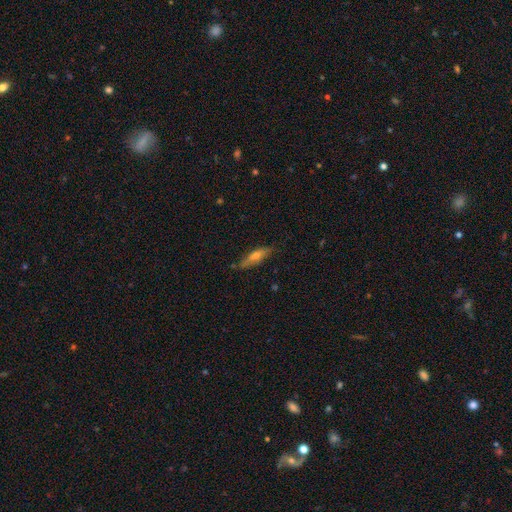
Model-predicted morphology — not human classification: Smooth or featured: smooth — 48% (featured or disk — 44%)
Merging: none — 78% (minor disturbance — 17%)